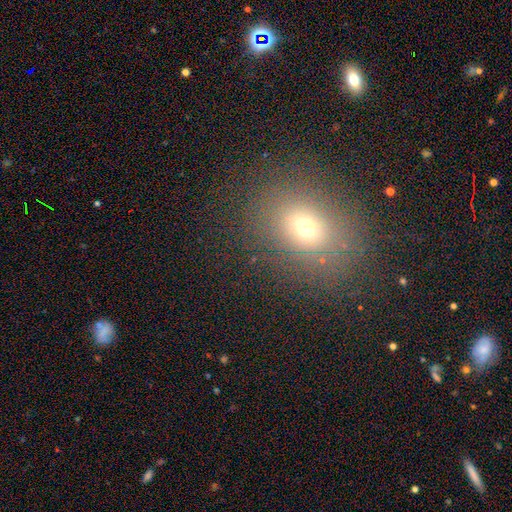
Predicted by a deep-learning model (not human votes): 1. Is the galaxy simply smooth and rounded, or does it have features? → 62% smooth, 26% star or artifact, 12% featured or disk.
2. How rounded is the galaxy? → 50% in between, 48% round, 2% cigar-shaped.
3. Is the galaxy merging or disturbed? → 86% none, 8% minor disturbance, 4% major disturbance, 2% merger.